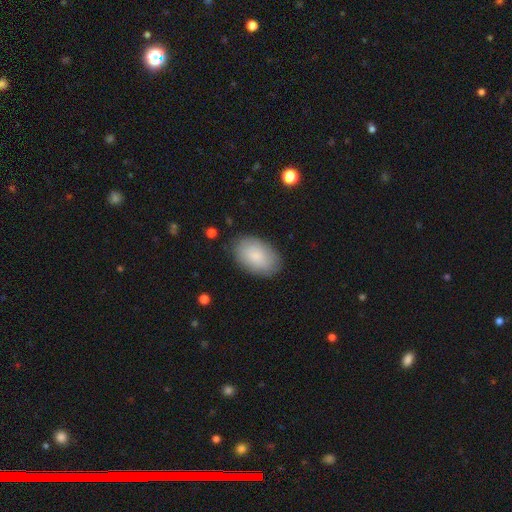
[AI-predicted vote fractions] This is clearly a smooth galaxy (81%). How rounded: clearly in between (93%). Merging: clearly none (84%).